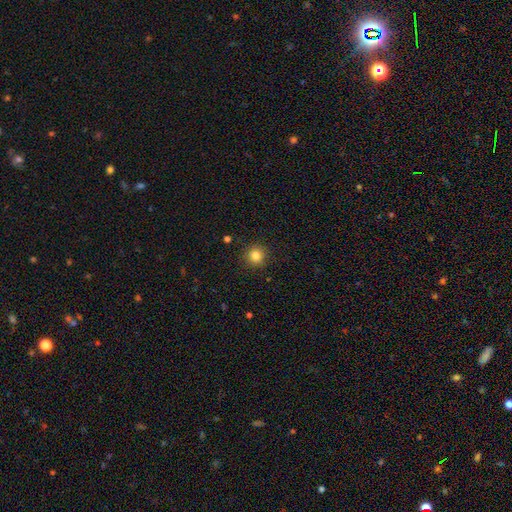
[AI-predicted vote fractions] This appears to be a smooth galaxy with no disk features (83%) that is round (93%). Merging: none (91%).